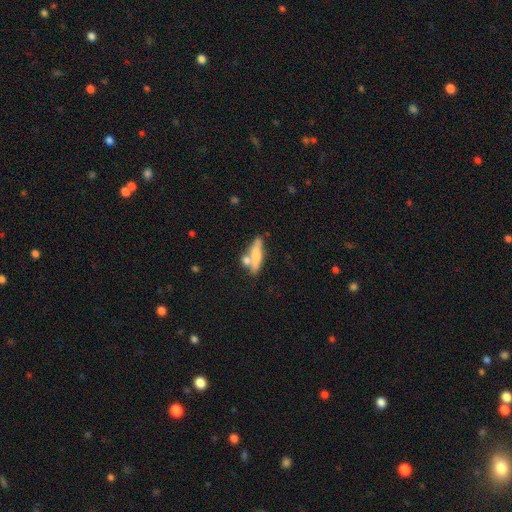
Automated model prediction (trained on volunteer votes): This is likely a smooth galaxy (62%). How rounded: likely cigar-shaped (66%). Merging: possibly none (53%).